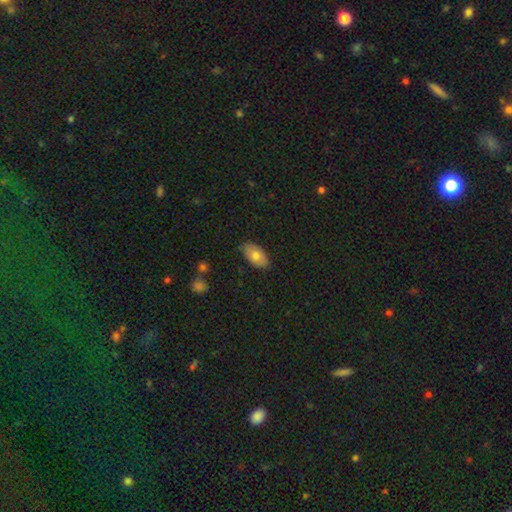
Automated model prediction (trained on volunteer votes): The model was most divided on "smooth or featured": smooth: 77%, featured or disk: 16%, star or artifact: 7%. More confident: how rounded — in between (93%); merging — none (82%).